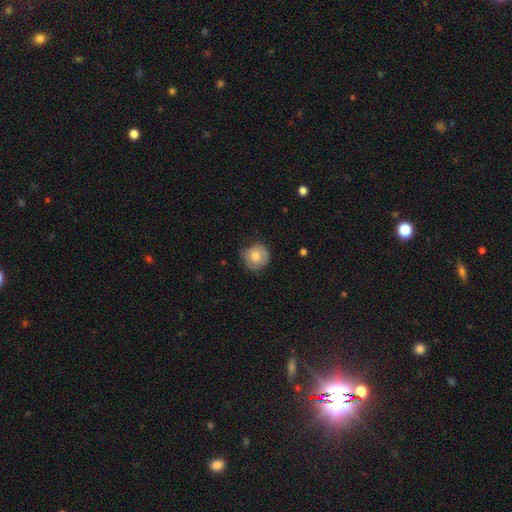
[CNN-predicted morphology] type=smooth (70%); roundness=round (89%); merging=none (72%).